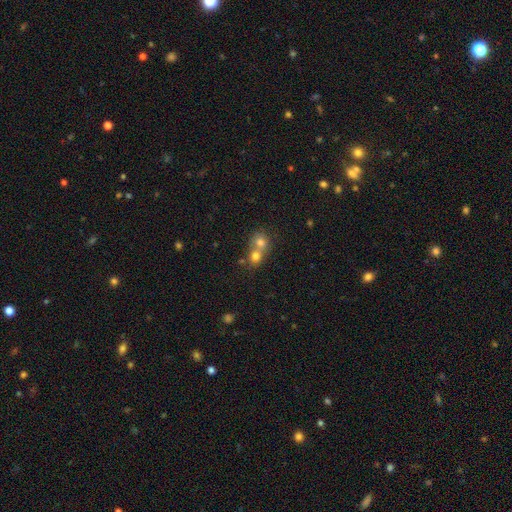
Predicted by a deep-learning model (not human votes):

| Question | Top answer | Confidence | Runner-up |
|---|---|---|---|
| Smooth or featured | smooth | 74% | featured or disk (14%) |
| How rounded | round | 77% | in between (22%) |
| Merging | merger | 66% | none (28%) |